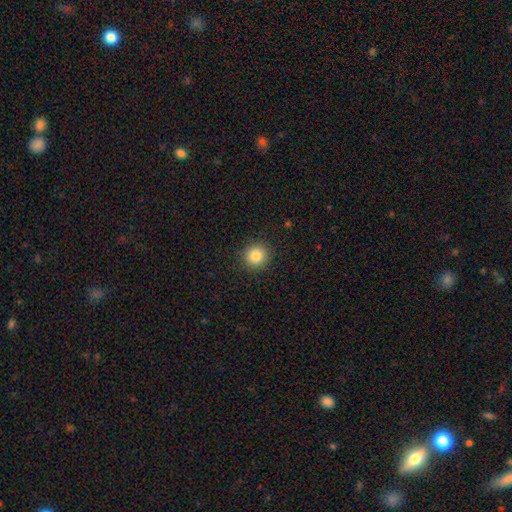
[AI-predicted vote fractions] Smooth or featured?
  - smooth: 83% *
  - star or artifact: 11%
  - featured or disk: 6%
How rounded?
  - round: 93% *
  - in between: 6%
  - cigar-shaped: 1%
Merging?
  - none: 91% *
  - minor disturbance: 6%
  - major disturbance: 2%
  - merger: 1%